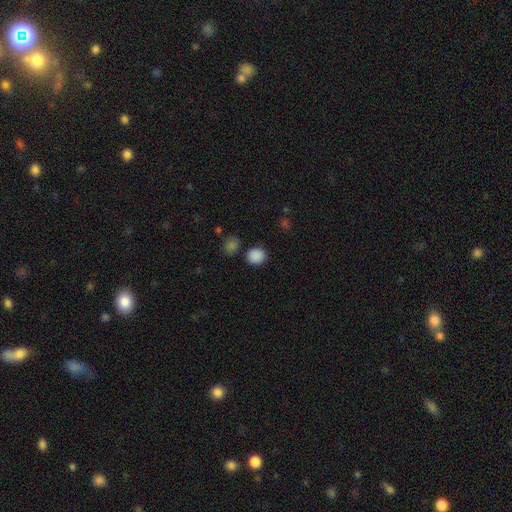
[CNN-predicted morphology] Q: Smooth or featured?
A: smooth (87%); runner-up: star or artifact (10%)
Q: How rounded?
A: round (78%); runner-up: in between (21%)
Q: Merging?
A: none (85%); runner-up: minor disturbance (8%)